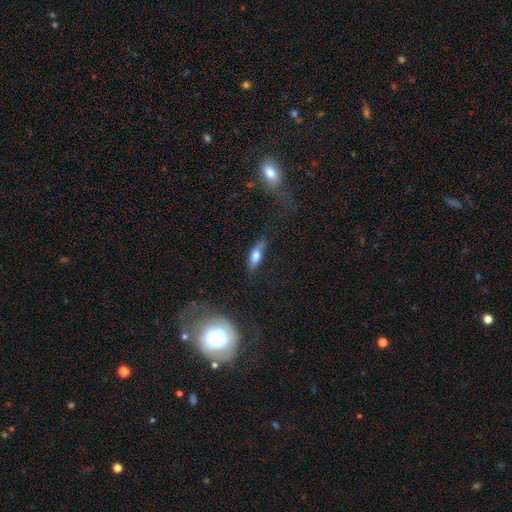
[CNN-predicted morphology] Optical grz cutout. It shows a smooth galaxy with no disk features (57%) that is in between round and cigar-shaped (52%). Merging: none (70%).